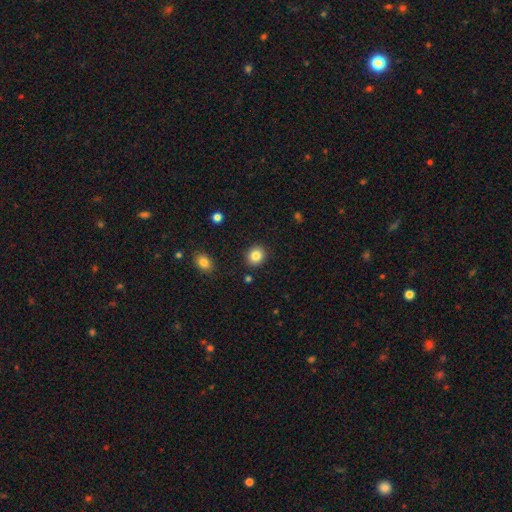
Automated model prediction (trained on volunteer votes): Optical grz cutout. It shows a smooth galaxy with no disk features (84%) that is round (75%). Merging: none (89%).